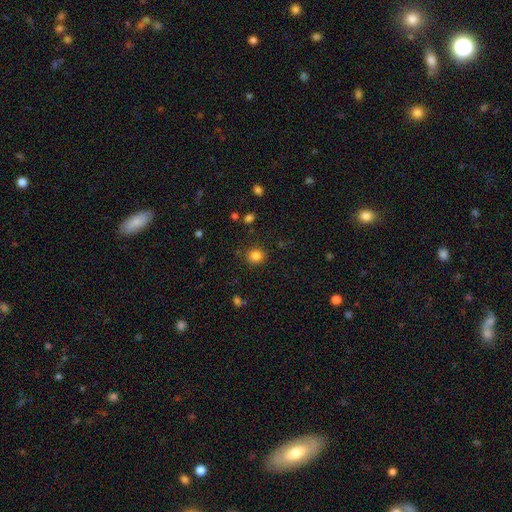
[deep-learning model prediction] This appears to be a smooth galaxy with no disk features (84%) that is round (86%). Merging: none (88%).